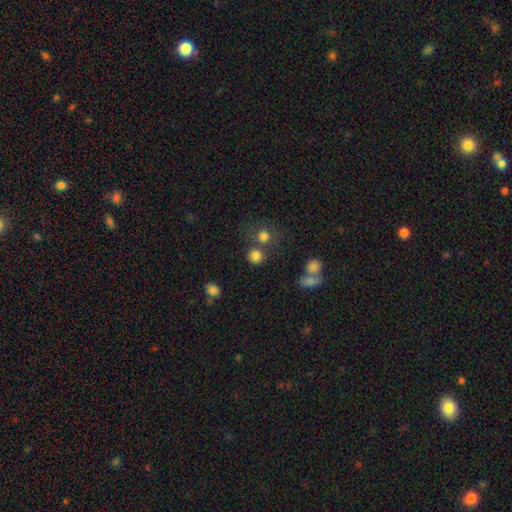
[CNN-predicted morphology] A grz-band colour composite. It shows a smooth galaxy with no disk features (79%) that is round (87%). Merging: none (64%).